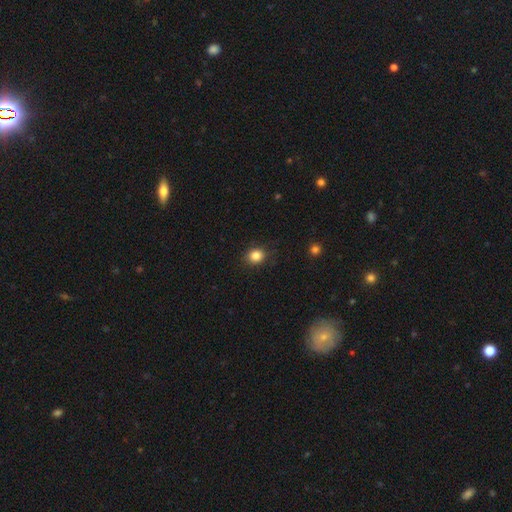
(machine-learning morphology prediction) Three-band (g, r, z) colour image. It shows a smooth galaxy with no disk features (85%) that is round (73%). Merging: none (86%).